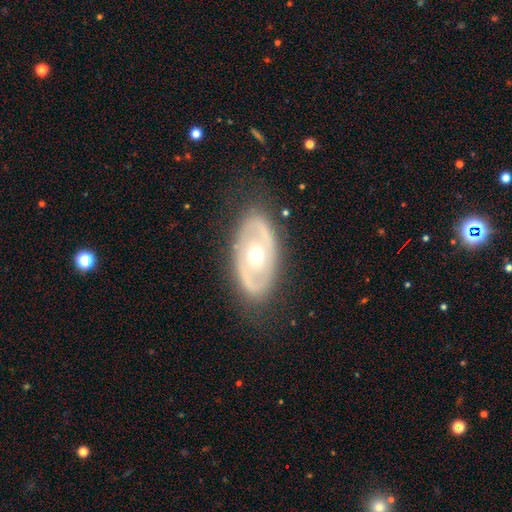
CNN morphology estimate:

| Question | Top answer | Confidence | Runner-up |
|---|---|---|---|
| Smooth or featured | featured or disk | 71% | smooth (24%) |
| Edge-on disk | no | 90% | yes (10%) |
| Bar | no | 78% | weak (15%) |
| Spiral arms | no | 61% | yes (39%) |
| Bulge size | moderate | 69% | small (24%) |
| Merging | none | 82% | minor disturbance (12%) |